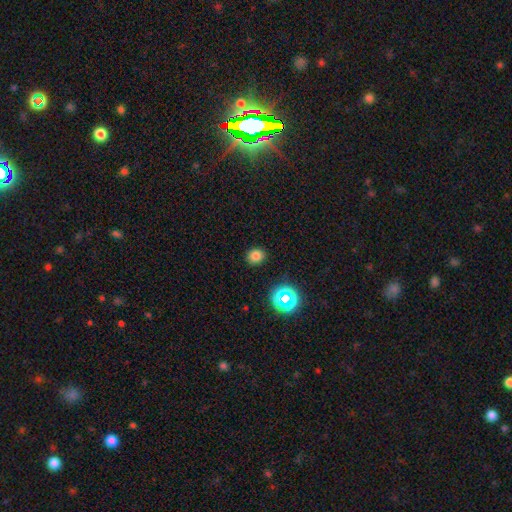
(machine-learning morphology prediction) smooth-or-featured: smooth: 77% | star or artifact: 18% | featured or disk: 5%
  how-rounded: round: 73% | in between: 26% | cigar-shaped: 1%
  merging: none: 89% | minor disturbance: 8% | major disturbance: 2% | merger: 1%